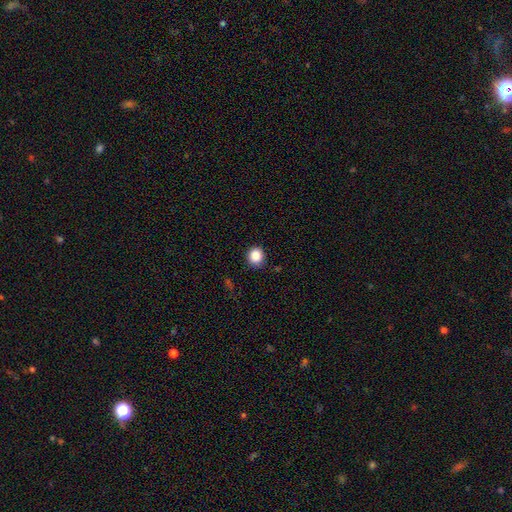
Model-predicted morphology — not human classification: Smooth or featured?
  - smooth: 87% *
  - star or artifact: 10%
  - featured or disk: 3%
How rounded?
  - round: 87% *
  - in between: 12%
  - cigar-shaped: 1%
Merging?
  - none: 88% *
  - minor disturbance: 9%
  - major disturbance: 2%
  - merger: 1%